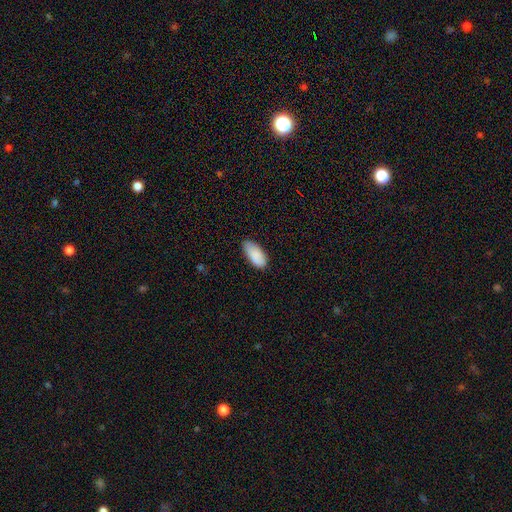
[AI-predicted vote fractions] This appears to be a smooth galaxy with no disk features (88%) that is in between round and cigar-shaped (92%). Merging: none (74%).